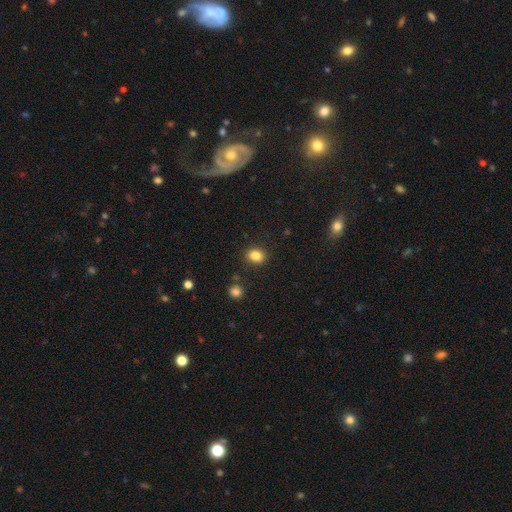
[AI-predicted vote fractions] Smooth or featured?
  - smooth: 84% *
  - star or artifact: 11%
  - featured or disk: 5%
How rounded?
  - round: 59% *
  - in between: 40%
  - cigar-shaped: 1%
Merging?
  - none: 87% *
  - minor disturbance: 8%
  - major disturbance: 2%
  - merger: 2%